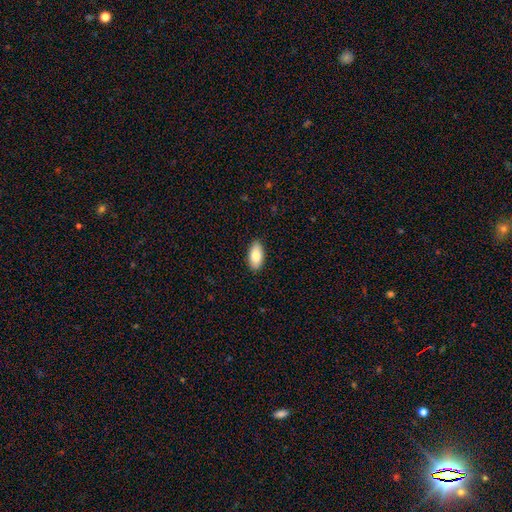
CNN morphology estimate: smooth 84%, featured or disk 10%, star or artifact 6%. Down the decision tree: how rounded — in between (93%); merging — none (88%).